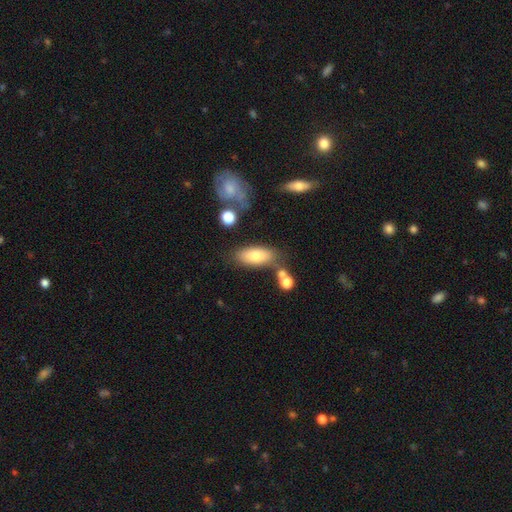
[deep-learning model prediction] Morphology: type=smooth (76%); roundness=in between (82%); merging=none (68%).